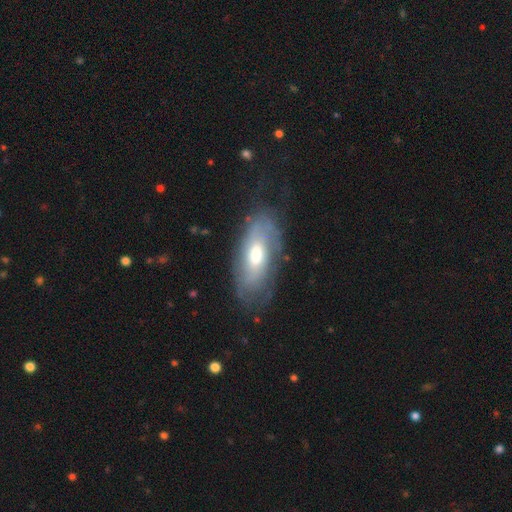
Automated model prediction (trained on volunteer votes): smooth_or_featured: featured or disk (p=0.61) [alt: smooth p=0.32]
disk_edge_on: no (p=0.87) [alt: yes p=0.13]
bar: no (p=0.61) [alt: weak p=0.31]
has_spiral_arms: yes (p=0.72) [alt: no p=0.28]
bulge_size: moderate (p=0.56) [alt: large p=0.32]
merging: none (p=0.65) [alt: minor disturbance p=0.22]